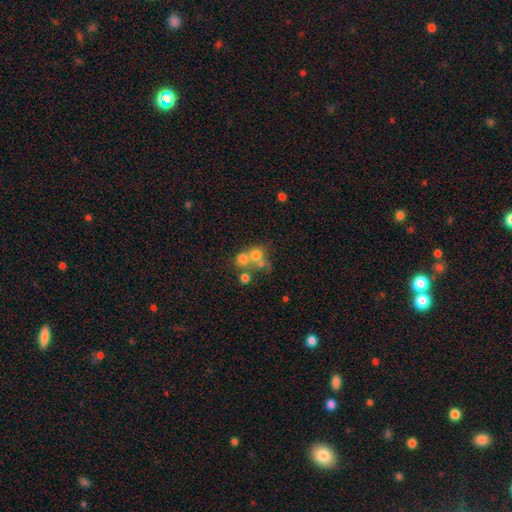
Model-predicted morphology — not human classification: The model was most divided on "merging": merger: 53%, none: 33%, minor disturbance: 7%, major disturbance: 6%. More confident: how rounded — round (80%); smooth or featured — smooth (62%).